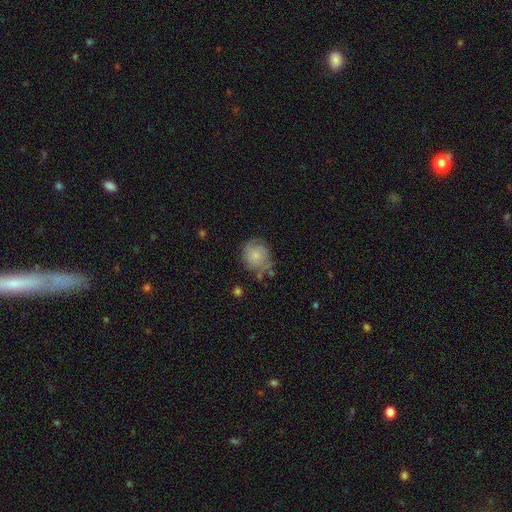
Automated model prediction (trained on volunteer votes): This appears to be a smooth galaxy with no disk features (68%) that is round (78%). Merging: none (62%).